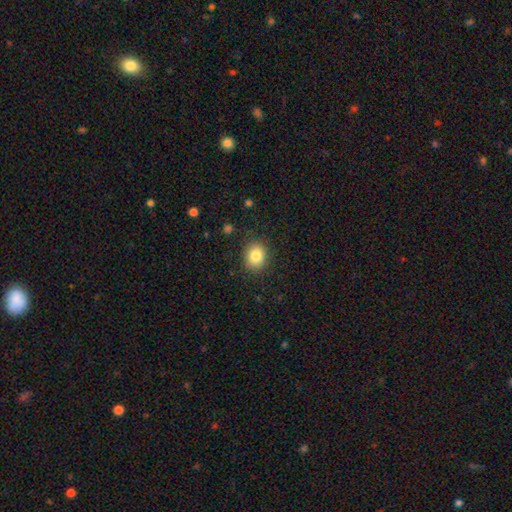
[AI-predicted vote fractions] Q: Smooth or featured?
A: smooth (84%); runner-up: star or artifact (10%)
Q: How rounded?
A: round (59%); runner-up: in between (41%)
Q: Merging?
A: none (88%); runner-up: minor disturbance (9%)